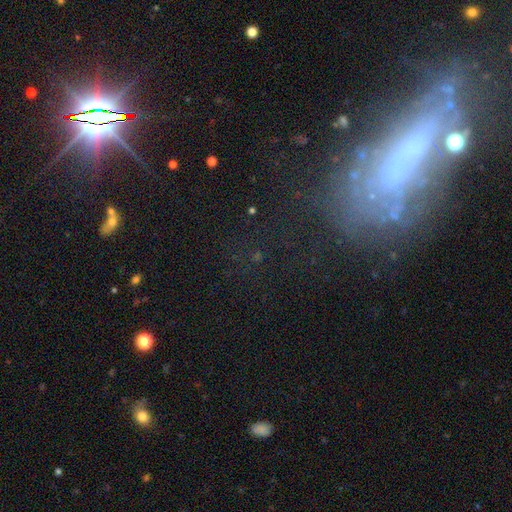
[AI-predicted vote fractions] Smooth or featured? featured or disk (43%)
Merging? none (56%)